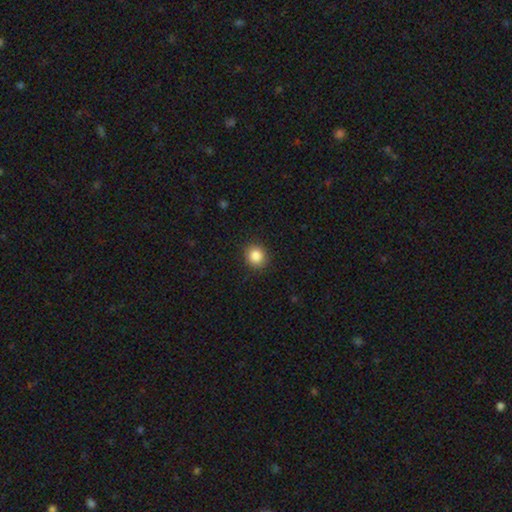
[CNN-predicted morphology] The model was most divided on "how rounded": round: 87%, in between: 12%, cigar-shaped: 1%. More confident: merging — none (90%); smooth or featured — smooth (86%).